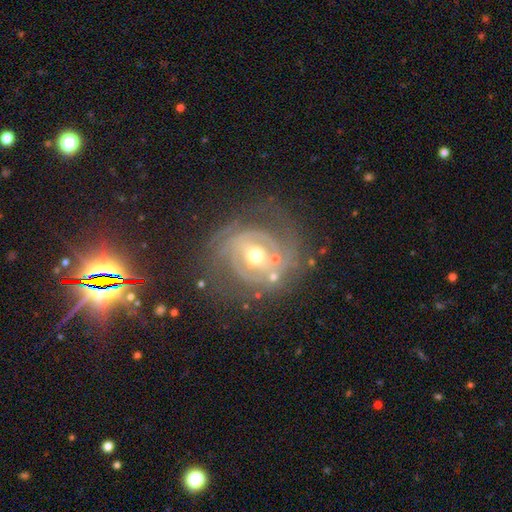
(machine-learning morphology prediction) This appears to be a featured or disk galaxy (84%) with no bar (48%), 2 (40%) tight (63%) spiral arms (88%) and a moderate central bulge (70%). Merging: none (66%).